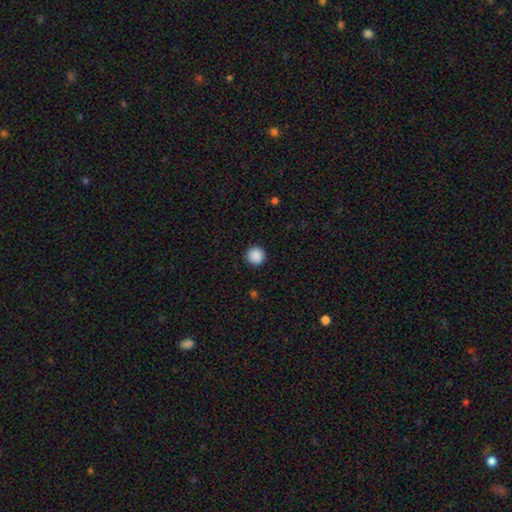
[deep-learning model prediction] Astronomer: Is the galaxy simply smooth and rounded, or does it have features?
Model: smooth — 89%.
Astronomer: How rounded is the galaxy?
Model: round — 96%.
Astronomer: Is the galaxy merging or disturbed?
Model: none — 93%.